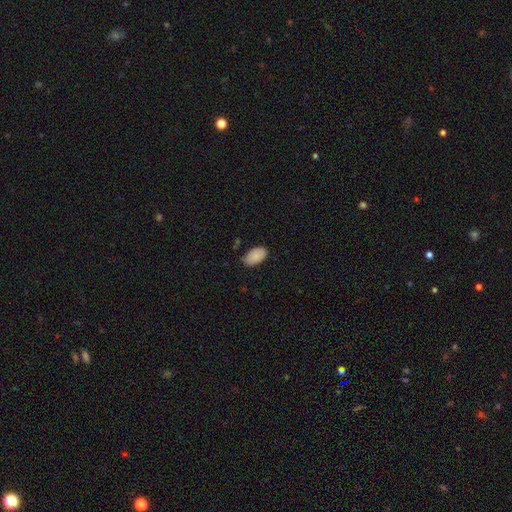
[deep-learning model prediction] Smooth or featured? Predicted: smooth (p=0.86). How rounded? Predicted: in between (p=0.94). Merging? Predicted: none (p=0.75).